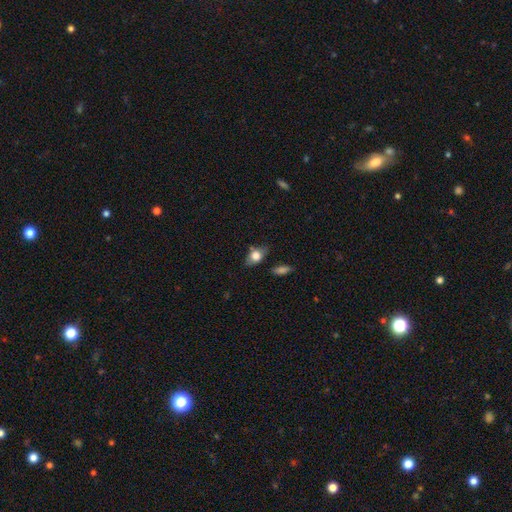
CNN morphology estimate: Smooth or featured: smooth — 70% (featured or disk — 20%)
How rounded: in between — 73% (round — 23%)
Merging: none — 63% (minor disturbance — 24%)